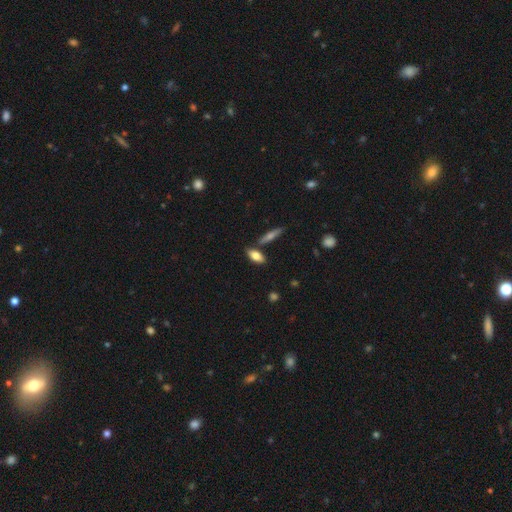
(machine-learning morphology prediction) Q: Smooth or featured?
A: smooth (76%); runner-up: featured or disk (18%)
Q: How rounded?
A: in between (78%); runner-up: cigar-shaped (19%)
Q: Merging?
A: none (75%); runner-up: merger (12%)